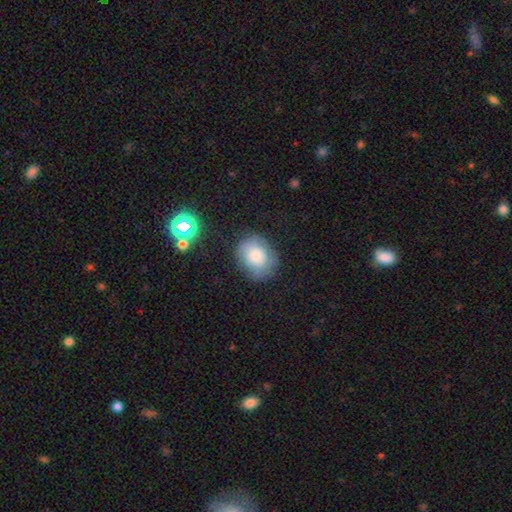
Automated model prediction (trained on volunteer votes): A smooth galaxy with no disk features (73%) that is round (56%).

Vote fractions:
- Smooth or featured? smooth: 73% / featured or disk: 18% / star or artifact: 10%
- How rounded? round: 56% / in between: 43% / cigar-shaped: 1%
- Merging? none: 71% / minor disturbance: 20% / major disturbance: 7% / merger: 2%